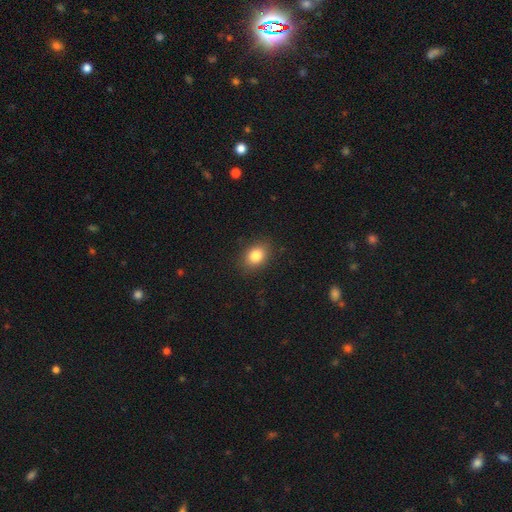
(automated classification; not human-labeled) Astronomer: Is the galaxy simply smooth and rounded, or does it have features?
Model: smooth — 83%.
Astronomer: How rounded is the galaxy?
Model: in between — 64%.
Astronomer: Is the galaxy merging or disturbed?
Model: none — 87%.